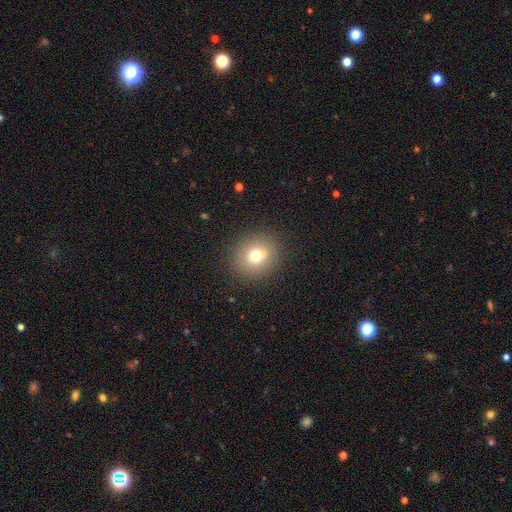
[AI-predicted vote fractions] The model was most divided on "smooth or featured": smooth: 71%, star or artifact: 15%, featured or disk: 14%. More confident: merging — none (86%); how rounded — round (81%).